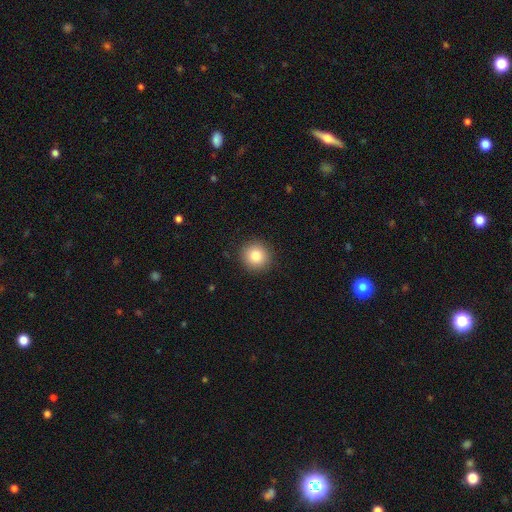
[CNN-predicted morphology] A smooth galaxy with no disk features (84%) that is round (93%). Merging: none (91%).